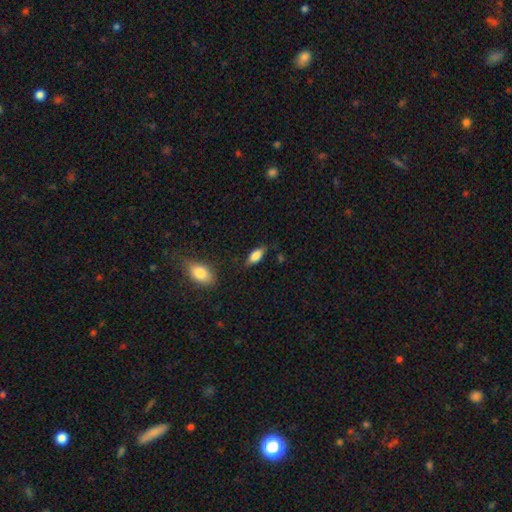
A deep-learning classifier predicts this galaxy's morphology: Smooth or featured? Predicted: smooth (p=0.81). How rounded? Predicted: in between (p=0.84). Merging? Predicted: none (p=0.76).